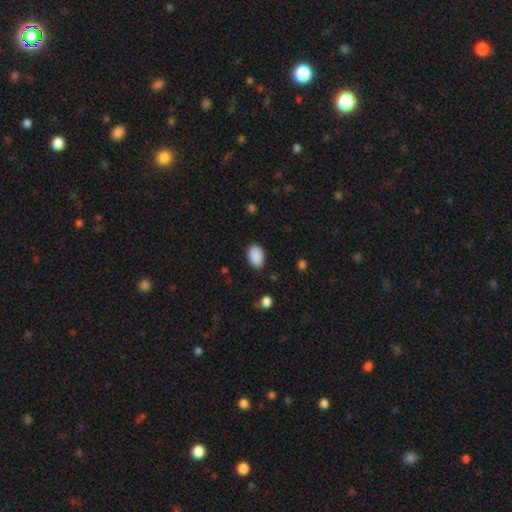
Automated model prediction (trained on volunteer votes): Morphology: type=smooth (90%); roundness=in between (87%); merging=none (86%).